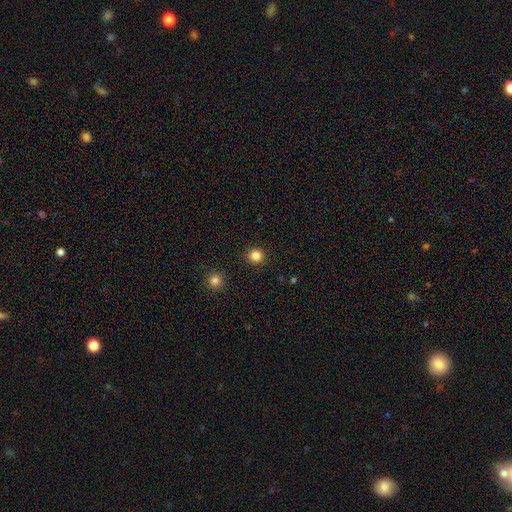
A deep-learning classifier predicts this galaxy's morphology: type=smooth (83%); roundness=round (93%); merging=none (92%).